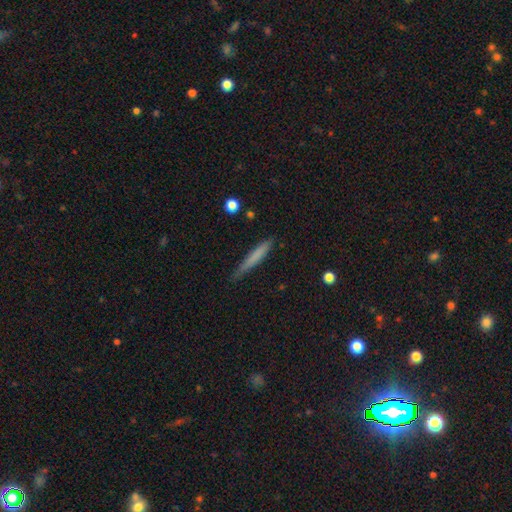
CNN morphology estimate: Q: Smooth or featured?
A: smooth (69%); runner-up: featured or disk (25%)
Q: How rounded?
A: cigar-shaped (95%); runner-up: in between (4%)
Q: Merging?
A: none (74%); runner-up: minor disturbance (20%)